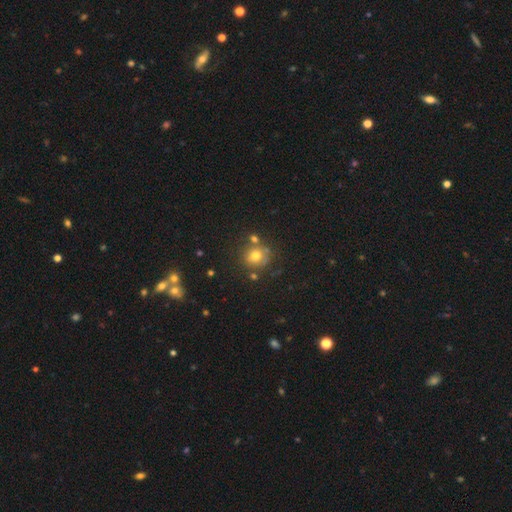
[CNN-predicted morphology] Smooth or featured?
  - smooth: 72% *
  - featured or disk: 14%
  - star or artifact: 14%
How rounded?
  - round: 85% *
  - in between: 14%
  - cigar-shaped: 1%
Merging?
  - none: 67% *
  - merger: 14%
  - minor disturbance: 14%
  - major disturbance: 5%